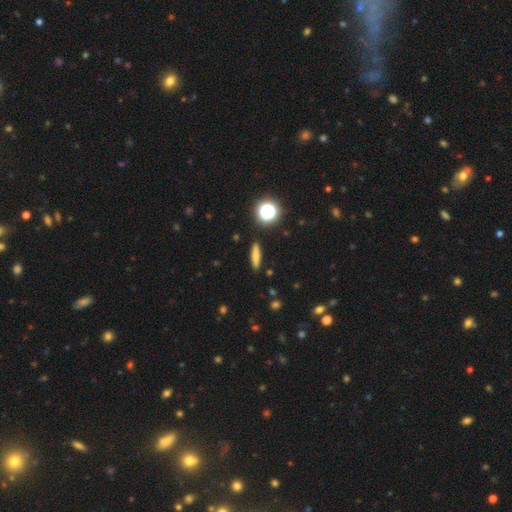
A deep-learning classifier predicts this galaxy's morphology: A smooth galaxy with no disk features (71%) that is cigar-shaped (77%).

Vote fractions:
- Smooth or featured? smooth: 71% / featured or disk: 16% / star or artifact: 13%
- How rounded? cigar-shaped: 77% / in between: 17% / round: 6%
- Merging? none: 89% / minor disturbance: 7% / major disturbance: 2% / merger: 2%